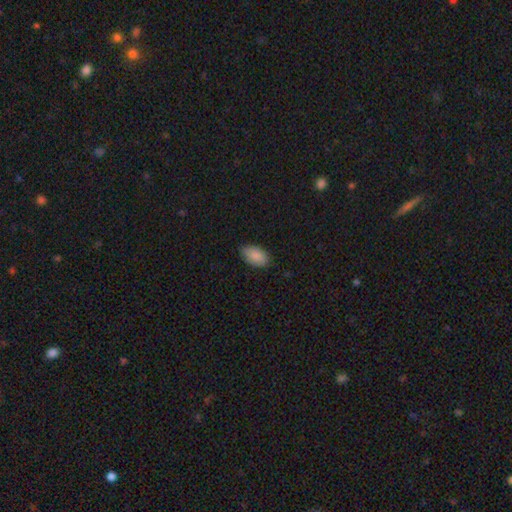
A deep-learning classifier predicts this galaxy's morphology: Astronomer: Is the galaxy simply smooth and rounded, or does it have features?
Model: smooth — 88%.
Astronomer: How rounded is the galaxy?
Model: in between — 94%.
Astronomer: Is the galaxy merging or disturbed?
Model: none — 80%.